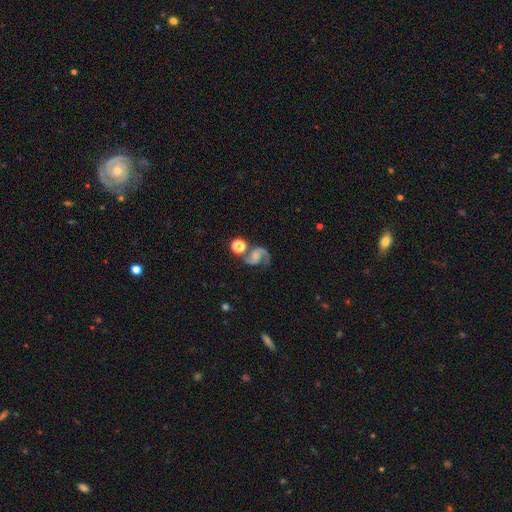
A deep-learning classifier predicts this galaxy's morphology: Smooth or featured? Predicted: featured or disk (p=0.84). Edge-on disk? Predicted: no (p=0.98). Bar? Predicted: no (p=0.57). Spiral arms? Predicted: yes (p=0.97). Spiral winding? Predicted: medium (p=0.50). Spiral arm count? Predicted: 2 (p=0.88). Bulge size? Predicted: none (p=0.35). Merging? Predicted: none (p=0.56).